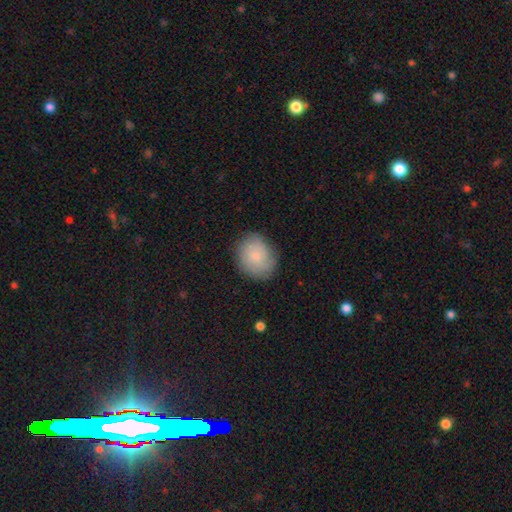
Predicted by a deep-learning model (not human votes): smooth-or-featured: smooth: 73% | featured or disk: 20% | star or artifact: 8%
  how-rounded: round: 60% | in between: 39% | cigar-shaped: 1%
  merging: none: 76% | minor disturbance: 18% | major disturbance: 5% | merger: 1%